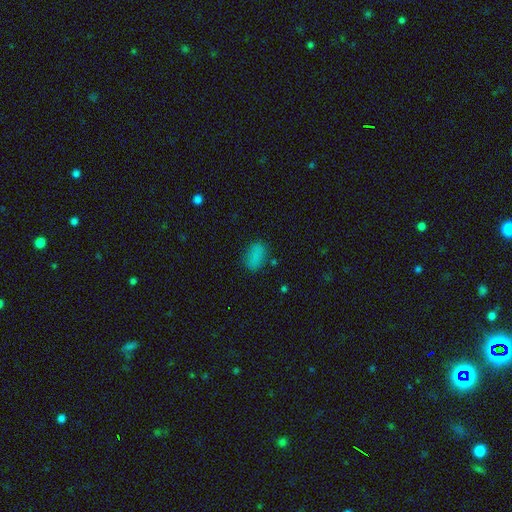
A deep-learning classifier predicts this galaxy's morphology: smooth-or-featured: smooth: 81% | star or artifact: 14% | featured or disk: 6%
  how-rounded: in between: 89% | round: 8% | cigar-shaped: 3%
  merging: none: 79% | minor disturbance: 14% | major disturbance: 4% | merger: 3%